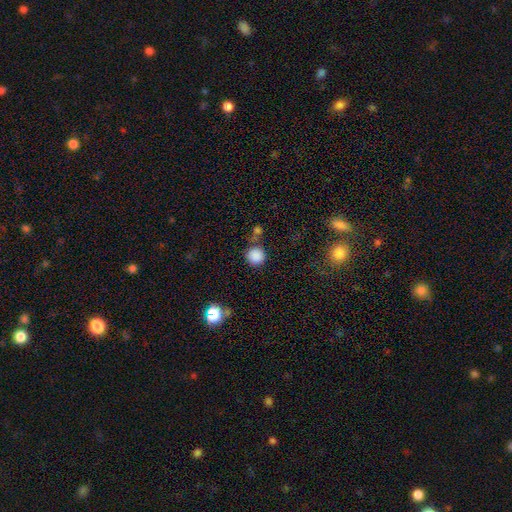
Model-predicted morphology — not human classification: Smooth or featured? smooth (86%)
How rounded? round (93%)
Merging? none (72%)